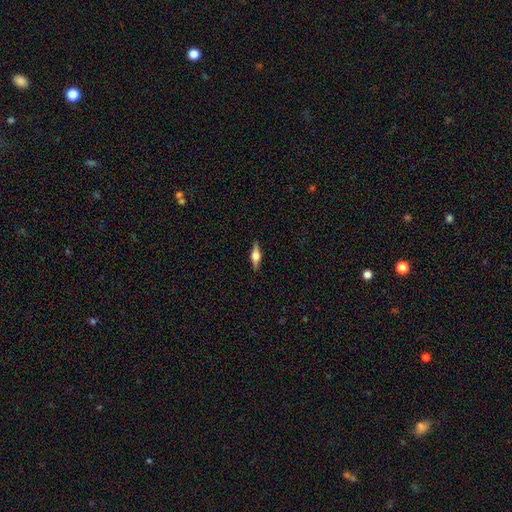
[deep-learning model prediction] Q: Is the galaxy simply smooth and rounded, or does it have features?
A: featured or disk — 63%.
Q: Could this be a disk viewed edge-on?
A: yes — 96%.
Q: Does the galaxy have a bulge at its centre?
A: rounded — 92%.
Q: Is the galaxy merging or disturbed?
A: none — 89%.